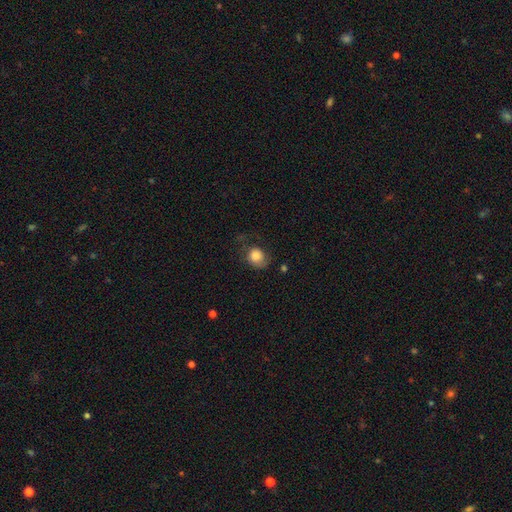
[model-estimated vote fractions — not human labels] Q: Smooth or featured?
A: smooth (80%); runner-up: featured or disk (11%)
Q: How rounded?
A: round (70%); runner-up: in between (29%)
Q: Merging?
A: none (52%); runner-up: minor disturbance (27%)